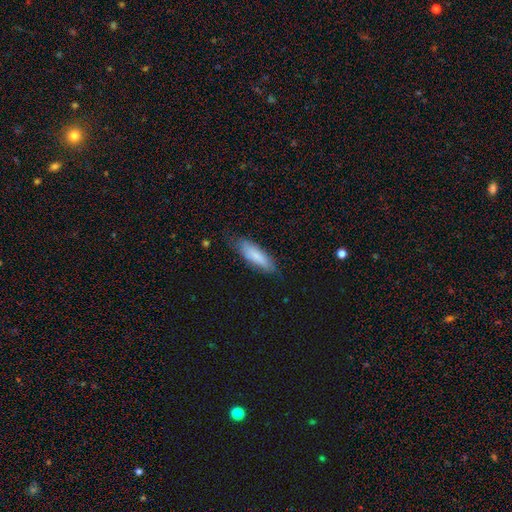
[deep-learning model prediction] smooth_or_featured: smooth (p=0.80) [alt: featured or disk p=0.14]
how_rounded: cigar-shaped (p=0.51) [alt: in between p=0.48]
merging: none (p=0.75) [alt: minor disturbance p=0.19]